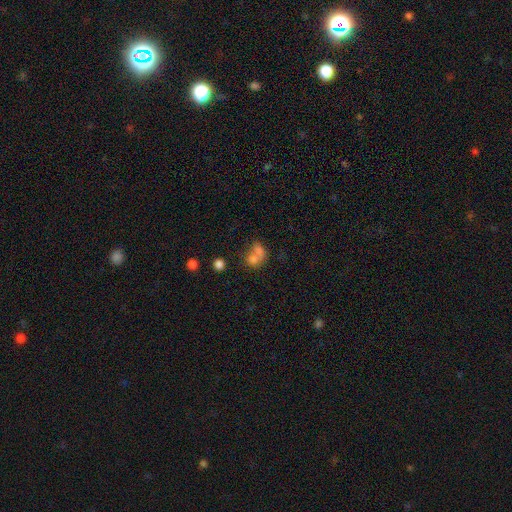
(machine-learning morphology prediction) This appears to be a smooth galaxy with no disk features (71%) that is round (52%). Merging: merger (62%).